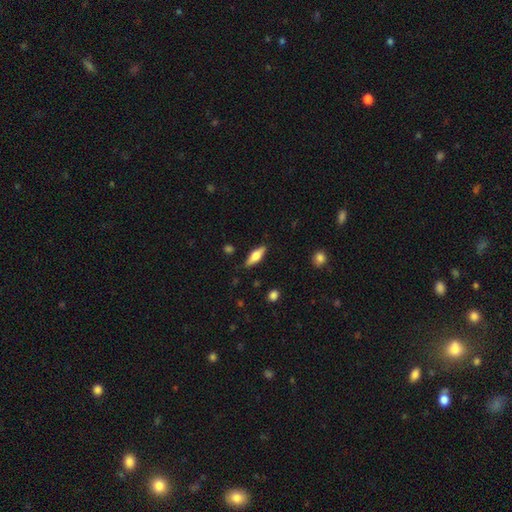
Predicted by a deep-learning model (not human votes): smooth-or-featured: smooth: 57% | featured or disk: 37% | star or artifact: 6%
  how-rounded: in between: 56% | cigar-shaped: 42% | round: 3%
  merging: none: 85% | minor disturbance: 11% | major disturbance: 2% | merger: 1%